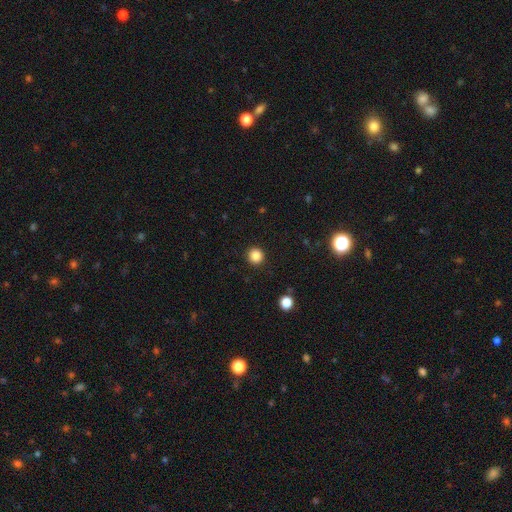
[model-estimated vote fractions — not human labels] This appears to be a smooth galaxy with no disk features (85%) that is round (95%). Merging: none (93%).